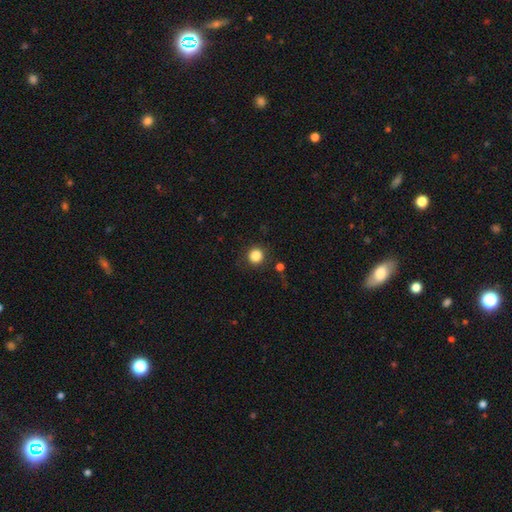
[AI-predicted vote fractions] Overall: smooth (85%). How rounded: round (94%). Merging: none (87%).